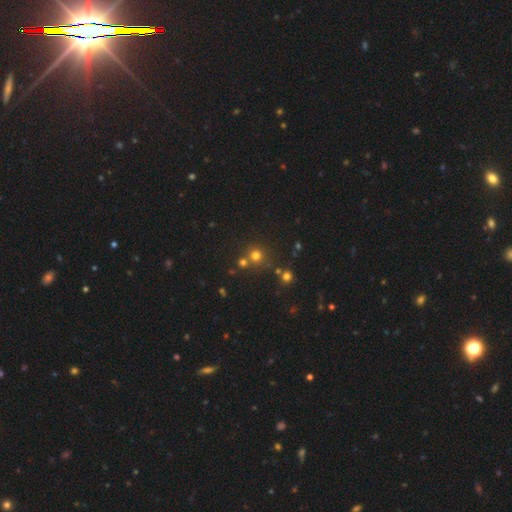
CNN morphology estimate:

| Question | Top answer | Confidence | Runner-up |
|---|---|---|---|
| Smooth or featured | smooth | 70% | star or artifact (22%) |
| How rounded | round | 92% | in between (7%) |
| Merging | none | 69% | merger (20%) |